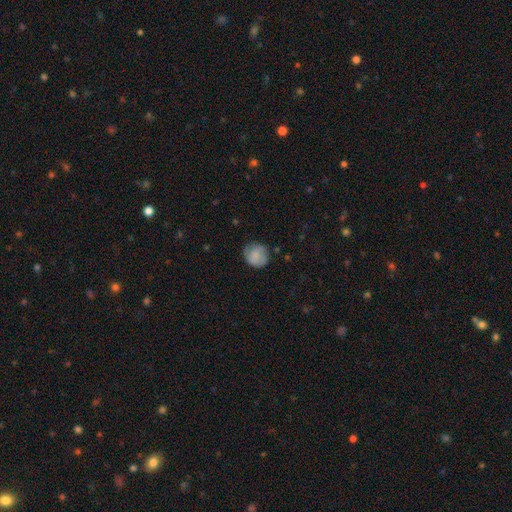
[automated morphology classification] A smooth galaxy with no disk features (76%) that is round (84%).

Vote fractions:
- Smooth or featured? smooth: 76% / featured or disk: 17% / star or artifact: 7%
- How rounded? round: 84% / in between: 15% / cigar-shaped: 1%
- Merging? none: 73% / minor disturbance: 21% / major disturbance: 5% / merger: 1%